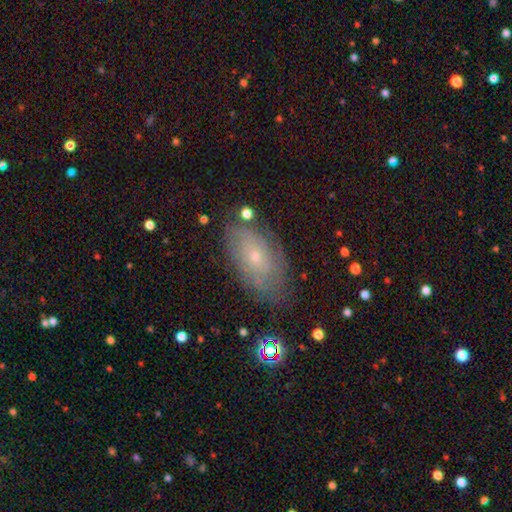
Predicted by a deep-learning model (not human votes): Smooth or featured?
  - featured or disk: 56% *
  - smooth: 32%
  - star or artifact: 12%
Edge-on disk?
  - no: 91% *
  - yes: 9%
Bar?
  - no: 82% *
  - weak: 15%
  - strong: 3%
Spiral arms?
  - yes: 74% *
  - no: 26%
Bulge size?
  - small: 76% *
  - moderate: 20%
  - none: 2%
  - large: 1%
  - dominant: 1%
Merging?
  - none: 74% *
  - minor disturbance: 18%
  - major disturbance: 6%
  - merger: 3%